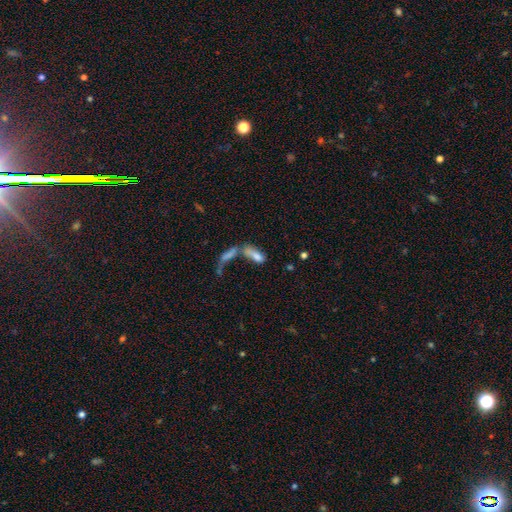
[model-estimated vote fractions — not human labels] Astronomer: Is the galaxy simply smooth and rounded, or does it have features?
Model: smooth — 67%.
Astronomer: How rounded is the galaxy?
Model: in between — 62%.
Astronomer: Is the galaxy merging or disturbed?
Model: merger — 64%.